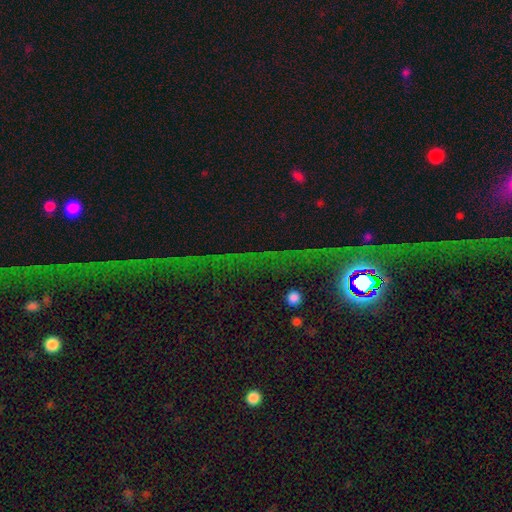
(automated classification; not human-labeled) smooth_or_featured: star or artifact (p=0.70) [alt: smooth p=0.16]